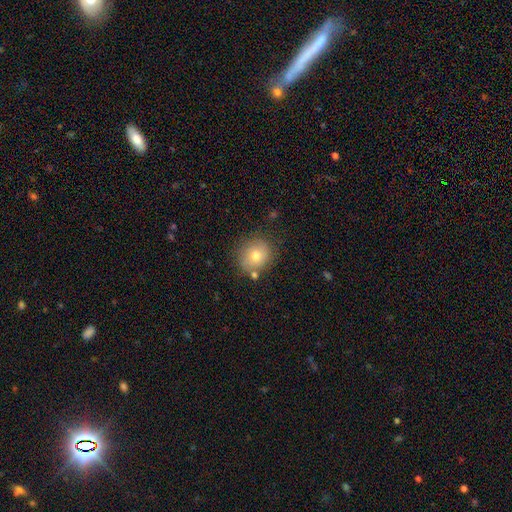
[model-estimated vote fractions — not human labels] Morphology: type=smooth (73%); roundness=round (79%); merging=none (77%).